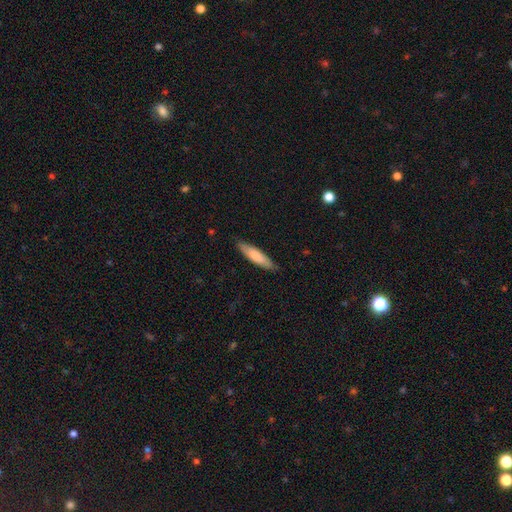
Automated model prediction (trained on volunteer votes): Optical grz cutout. It shows a smooth galaxy with no disk features (78%) that is cigar-shaped (68%). Merging: none (83%).